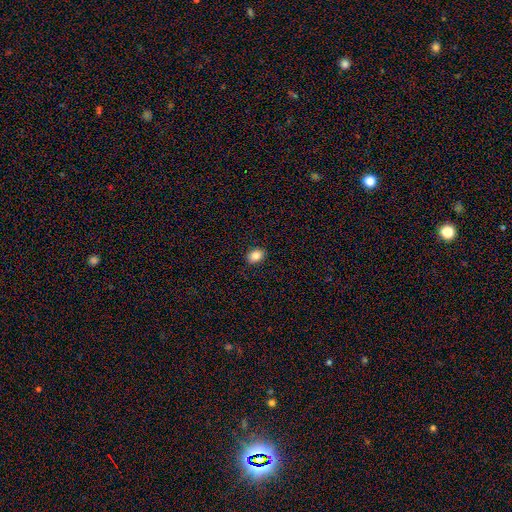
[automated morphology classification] A smooth galaxy with no disk features (86%) that is in between round and cigar-shaped (70%).

Vote fractions:
- Smooth or featured? smooth: 86% / star or artifact: 9% / featured or disk: 5%
- How rounded? in between: 70% / round: 29% / cigar-shaped: 1%
- Merging? none: 90% / minor disturbance: 7% / major disturbance: 2% / merger: 1%